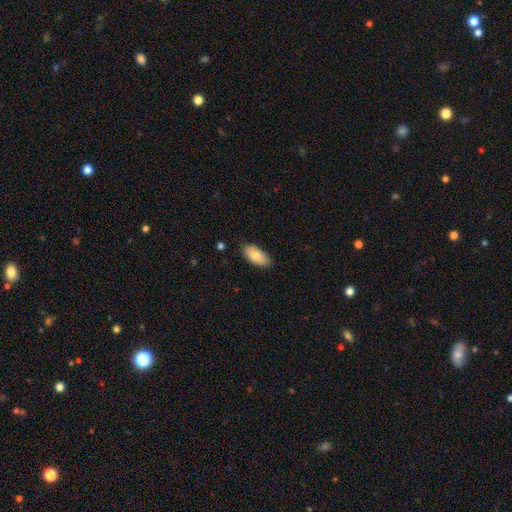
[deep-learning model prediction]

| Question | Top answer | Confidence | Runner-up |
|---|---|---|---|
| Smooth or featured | smooth | 79% | featured or disk (14%) |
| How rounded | in between | 93% | cigar-shaped (5%) |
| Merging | none | 85% | minor disturbance (12%) |